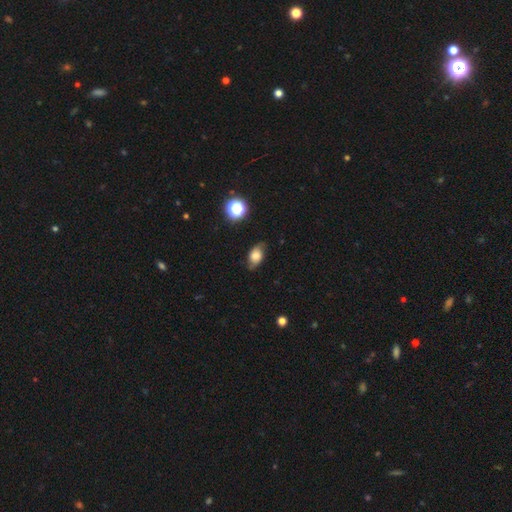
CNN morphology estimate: This is likely a smooth galaxy (62%). How rounded: clearly in between (81%). Merging: likely none (71%).